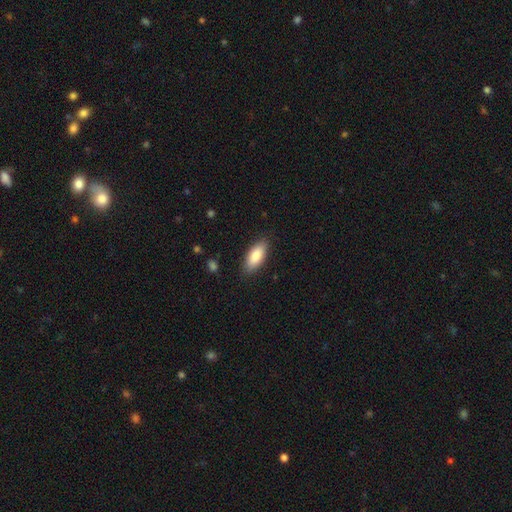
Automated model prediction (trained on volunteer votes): This is clearly a smooth galaxy (85%). How rounded: clearly in between (83%). Merging: clearly none (85%).